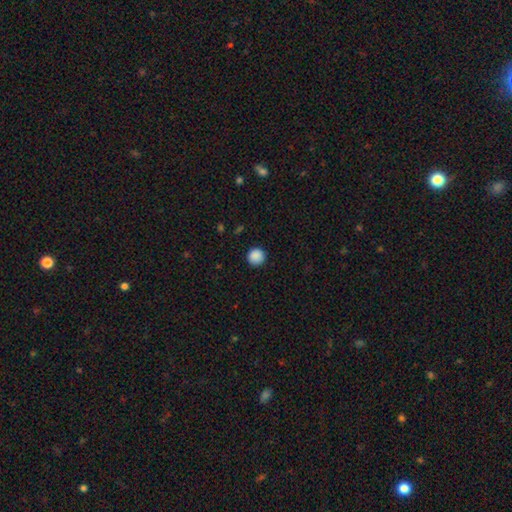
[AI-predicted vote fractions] Morphology: type=smooth (89%); roundness=round (94%); merging=none (90%).